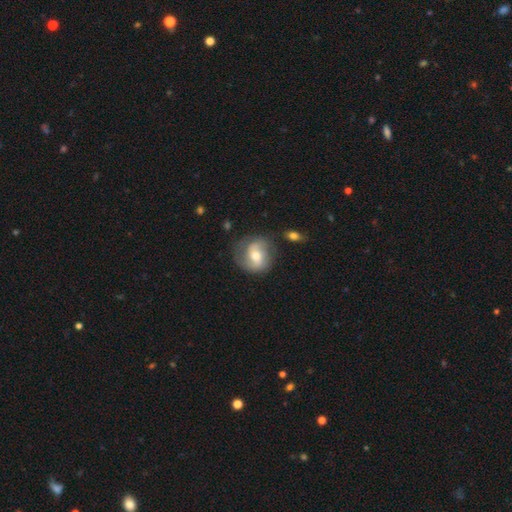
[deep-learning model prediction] featured or disk 61%, smooth 32%, star or artifact 7%. Down the decision tree: edge-on disk — no (97%); bar — weak (42%, tied with no); spiral arms — yes (83%); bulge size — moderate (67%); merging — none (71%).